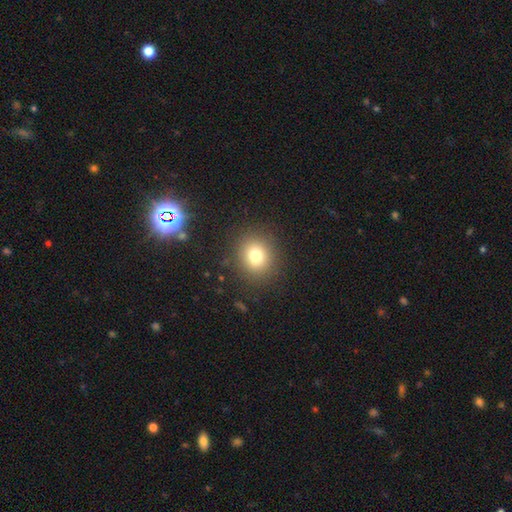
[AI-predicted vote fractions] Q: Smooth or featured?
A: smooth (75%); runner-up: star or artifact (15%)
Q: How rounded?
A: round (82%); runner-up: in between (17%)
Q: Merging?
A: none (87%); runner-up: minor disturbance (8%)